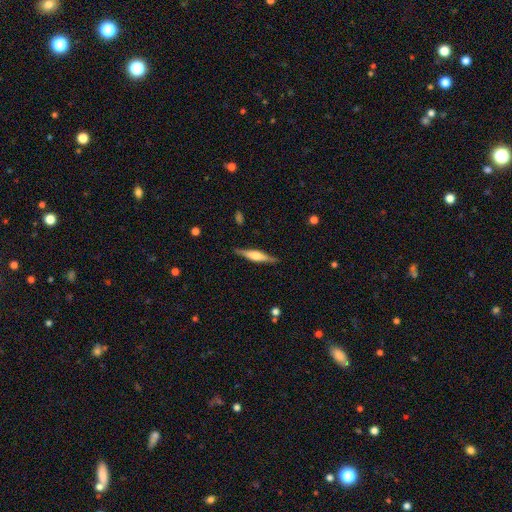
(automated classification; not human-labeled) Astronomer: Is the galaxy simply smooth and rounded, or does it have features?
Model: featured or disk — 58% (runner-up: smooth, 36%).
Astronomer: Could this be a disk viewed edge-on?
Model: yes — 96%.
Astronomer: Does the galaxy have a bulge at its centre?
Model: rounded — 67%.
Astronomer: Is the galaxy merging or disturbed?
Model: none — 87%.